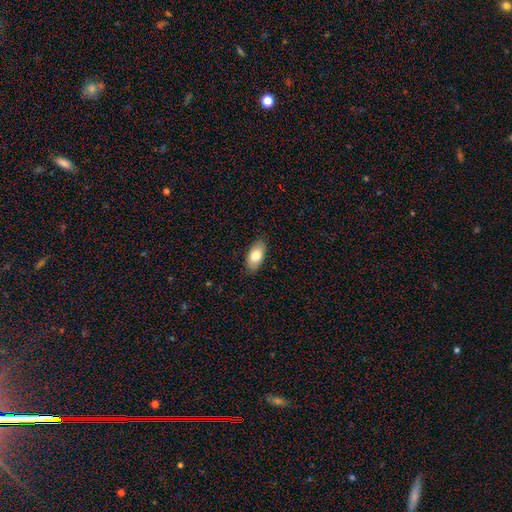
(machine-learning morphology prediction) Q: Smooth or featured?
A: smooth (81%); runner-up: featured or disk (13%)
Q: How rounded?
A: in between (93%); runner-up: cigar-shaped (4%)
Q: Merging?
A: none (86%); runner-up: minor disturbance (11%)